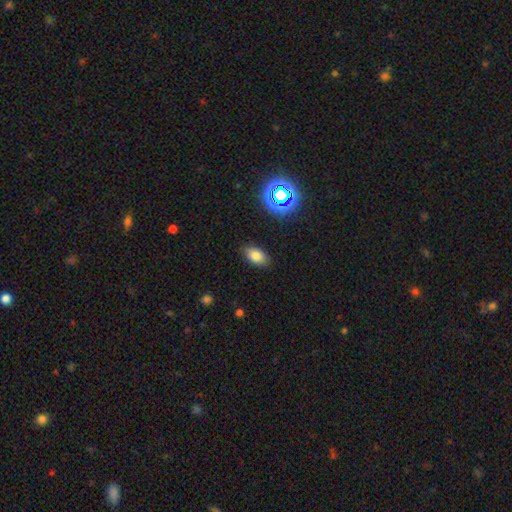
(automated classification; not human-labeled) Smooth or featured?
  - smooth: 78% *
  - star or artifact: 13%
  - featured or disk: 9%
How rounded?
  - in between: 90% *
  - round: 7%
  - cigar-shaped: 2%
Merging?
  - none: 87% *
  - minor disturbance: 9%
  - major disturbance: 2%
  - merger: 1%